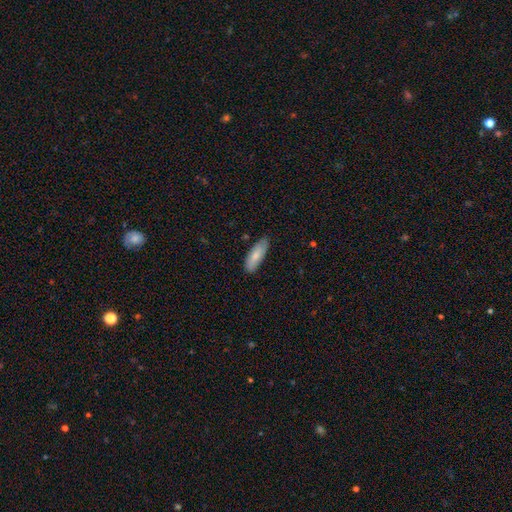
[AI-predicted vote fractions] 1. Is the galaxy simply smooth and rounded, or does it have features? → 80% smooth, 14% featured or disk, 5% star or artifact.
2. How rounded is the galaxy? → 63% in between, 35% cigar-shaped, 2% round.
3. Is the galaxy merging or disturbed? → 79% none, 18% minor disturbance, 2% major disturbance, 1% merger.